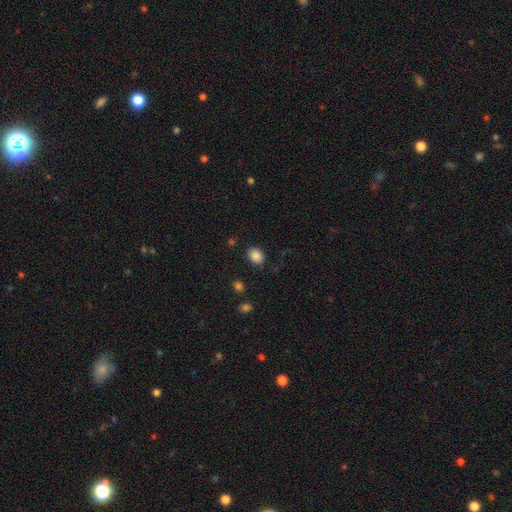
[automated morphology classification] smooth_or_featured: smooth (p=0.87) [alt: star or artifact p=0.09]
how_rounded: in between (p=0.62) [alt: round p=0.37]
merging: none (p=0.85) [alt: minor disturbance p=0.10]